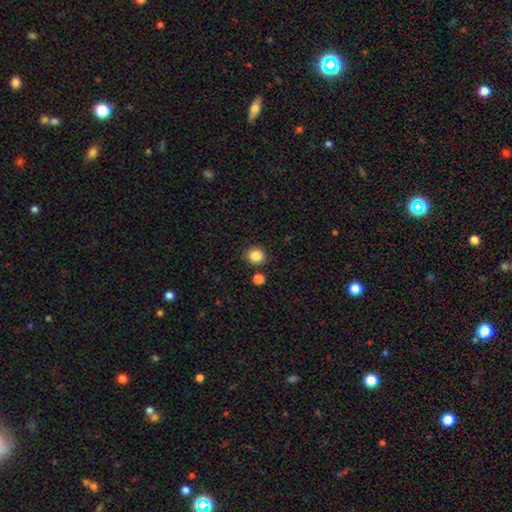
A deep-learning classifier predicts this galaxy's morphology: The model was most divided on "how rounded": round: 85%, in between: 14%, cigar-shaped: 1%. More confident: merging — none (85%); smooth or featured — smooth (85%).